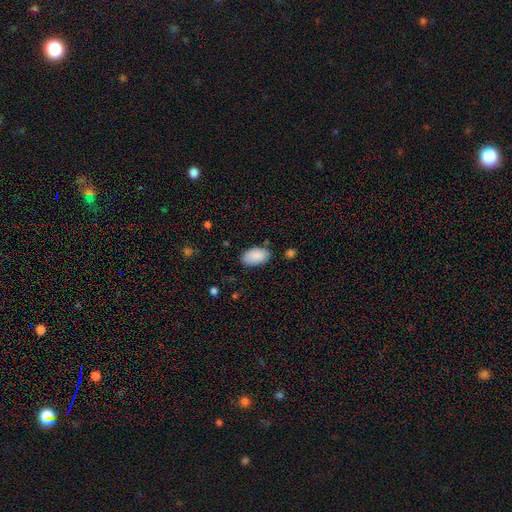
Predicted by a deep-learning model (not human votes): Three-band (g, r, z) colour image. It shows a smooth galaxy with no disk features (89%) that is in between round and cigar-shaped (95%). Merging: none (80%).